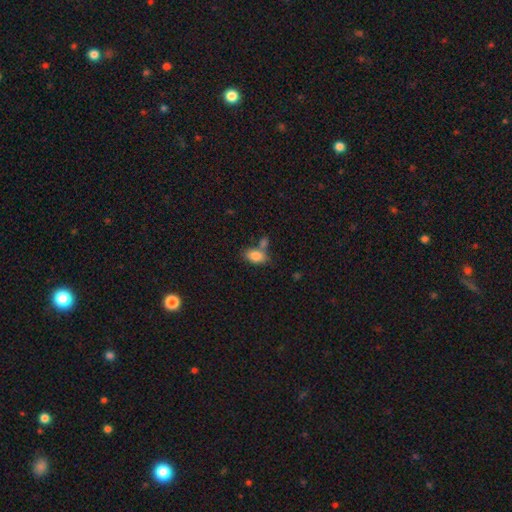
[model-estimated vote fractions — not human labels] The model was most divided on "merging": none: 53%, merger: 27%, minor disturbance: 15%, major disturbance: 5%. More confident: how rounded — in between (89%); smooth or featured — smooth (84%).